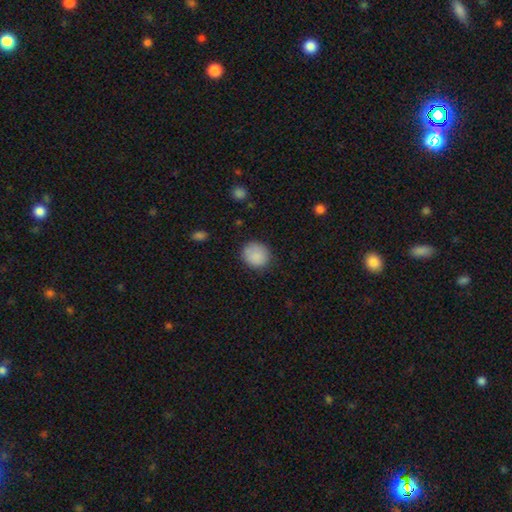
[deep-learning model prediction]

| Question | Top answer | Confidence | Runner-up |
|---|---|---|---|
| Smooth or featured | smooth | 87% | star or artifact (8%) |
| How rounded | round | 83% | in between (16%) |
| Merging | none | 81% | minor disturbance (14%) |